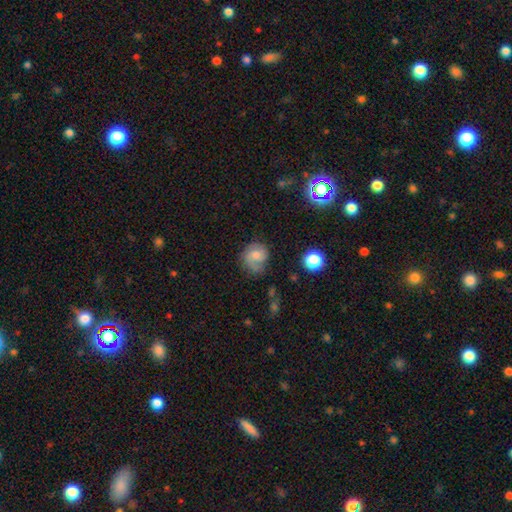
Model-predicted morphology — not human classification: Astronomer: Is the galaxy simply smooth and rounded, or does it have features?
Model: smooth — 51% (runner-up: featured or disk, 39%).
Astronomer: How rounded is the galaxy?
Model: round — 75%.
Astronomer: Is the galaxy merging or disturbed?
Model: none — 56%.